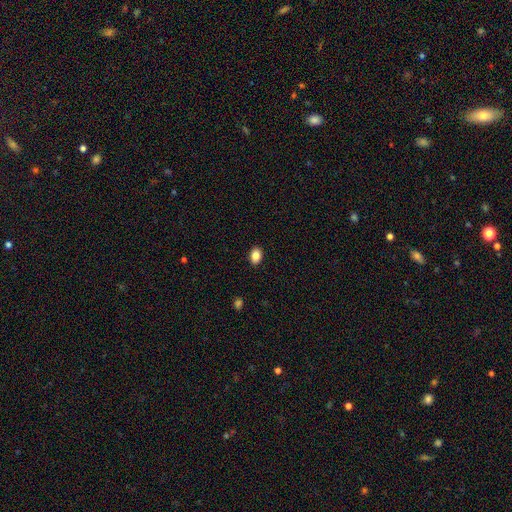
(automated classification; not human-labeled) smooth-or-featured: smooth: 86% | star or artifact: 8% | featured or disk: 5%
  how-rounded: in between: 82% | round: 17% | cigar-shaped: 1%
  merging: none: 89% | minor disturbance: 8% | major disturbance: 2% | merger: 1%